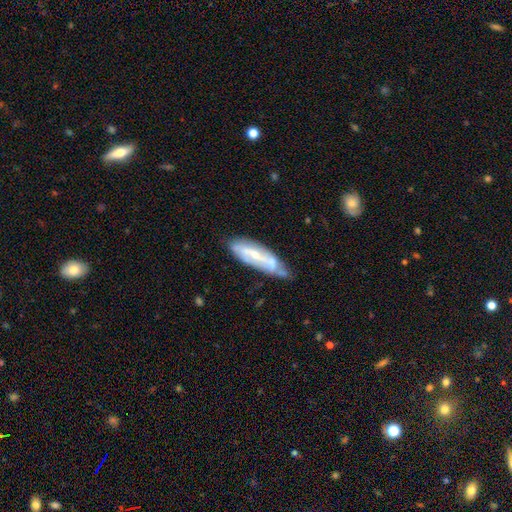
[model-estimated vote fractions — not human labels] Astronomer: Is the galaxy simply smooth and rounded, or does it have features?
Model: featured or disk — 69%.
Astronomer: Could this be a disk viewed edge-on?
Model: no — 79%.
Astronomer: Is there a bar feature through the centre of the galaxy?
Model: strong — 44% (runner-up: weak, 34%).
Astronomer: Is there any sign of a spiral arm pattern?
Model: yes — 72%.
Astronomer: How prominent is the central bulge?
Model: small — 59%.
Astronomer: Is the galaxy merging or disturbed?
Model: none — 59%.